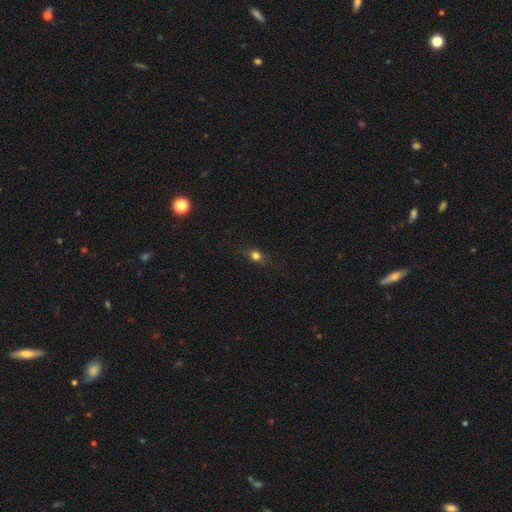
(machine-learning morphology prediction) The model was most divided on "how rounded": round: 64%, in between: 32%, cigar-shaped: 5%. More confident: merging — none (83%); smooth or featured — smooth (72%).